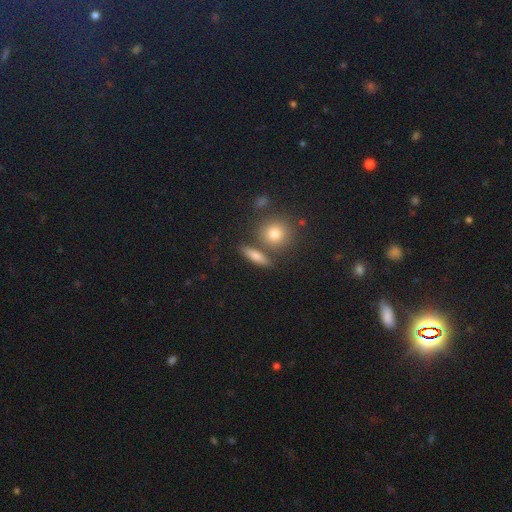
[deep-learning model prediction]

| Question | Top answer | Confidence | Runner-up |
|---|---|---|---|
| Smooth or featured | smooth | 74% | featured or disk (16%) |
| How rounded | cigar-shaped | 42% | in between (36%) |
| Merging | none | 76% | merger (10%) |